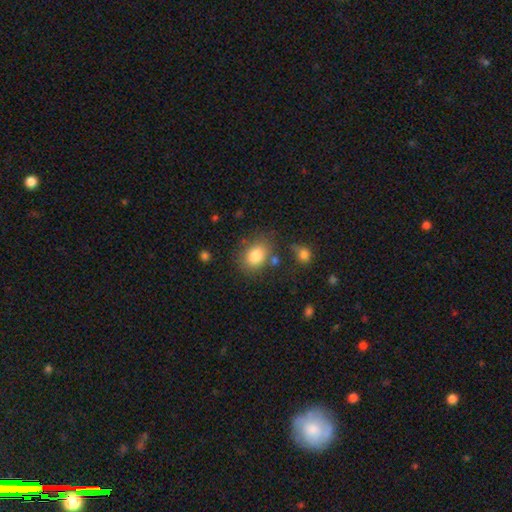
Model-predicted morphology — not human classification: type=smooth (83%); roundness=in between (56%); merging=none (70%).